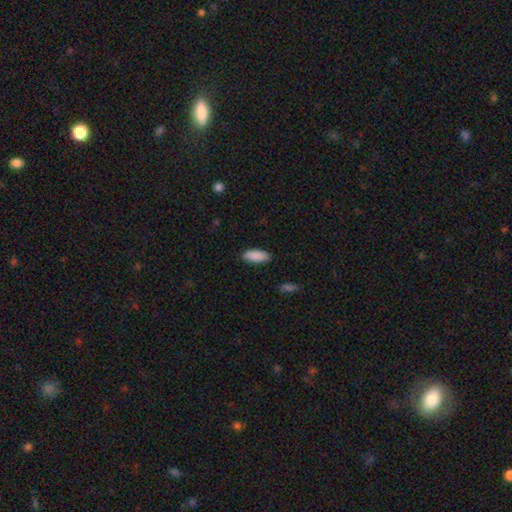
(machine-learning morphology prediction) smooth-or-featured: smooth: 90% | star or artifact: 6% | featured or disk: 3%
  how-rounded: in between: 81% | cigar-shaped: 18% | round: 2%
  merging: none: 89% | minor disturbance: 8% | major disturbance: 2% | merger: 1%